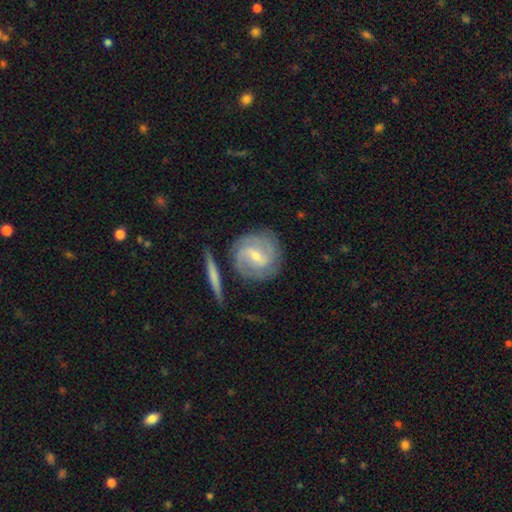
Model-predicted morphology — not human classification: Smooth or featured? Predicted: featured or disk (p=0.81). Edge-on disk? Predicted: no (p=0.96). Bar? Predicted: weak (p=0.53). Spiral arms? Predicted: yes (p=0.95). Spiral winding? Predicted: medium (p=0.44). Spiral arm count? Predicted: 2 (p=0.65). Bulge size? Predicted: small (p=0.58). Merging? Predicted: none (p=0.75).